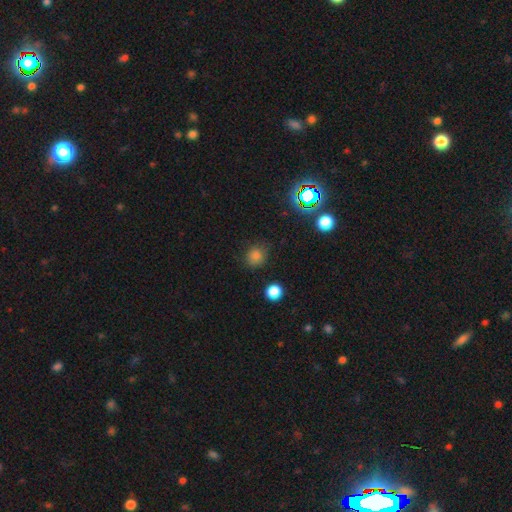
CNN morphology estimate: type=smooth (76%); roundness=round (88%); merging=none (83%).